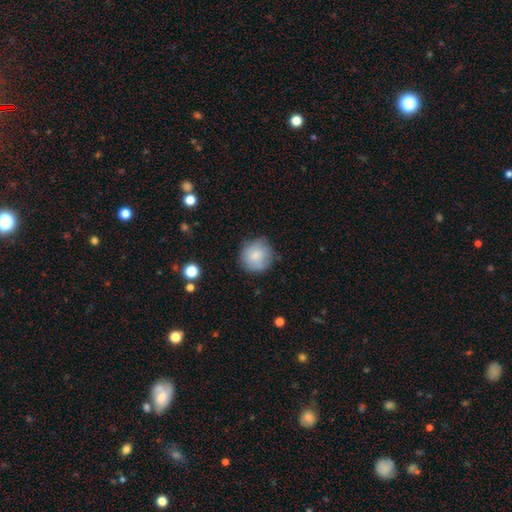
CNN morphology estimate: Overall: smooth (80%). How rounded: round (90%). Merging: none (73%).